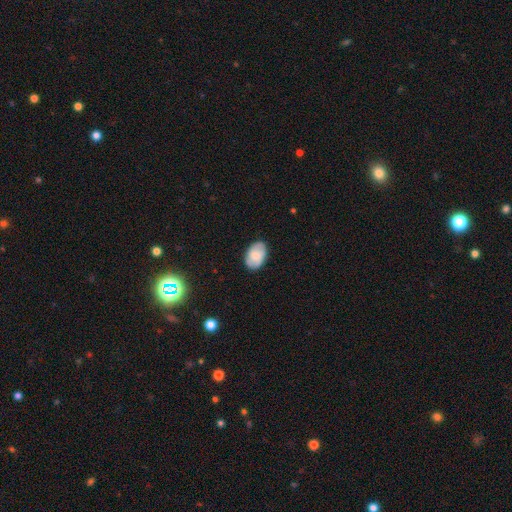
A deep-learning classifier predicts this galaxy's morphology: smooth-or-featured: smooth: 69% | featured or disk: 24% | star or artifact: 7%
  how-rounded: in between: 89% | round: 10% | cigar-shaped: 1%
  merging: none: 83% | minor disturbance: 13% | major disturbance: 3% | merger: 1%